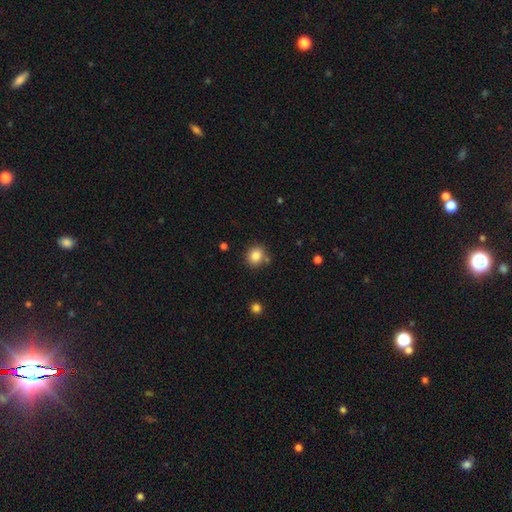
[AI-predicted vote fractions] smooth-or-featured: smooth: 84% | star or artifact: 10% | featured or disk: 6%
  how-rounded: round: 73% | in between: 26% | cigar-shaped: 1%
  merging: none: 77% | minor disturbance: 12% | merger: 8% | major disturbance: 3%